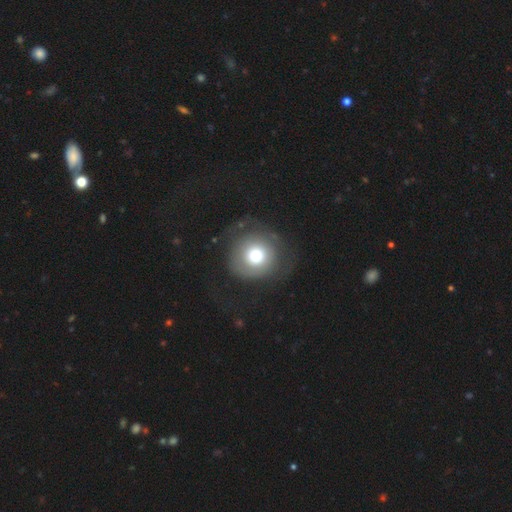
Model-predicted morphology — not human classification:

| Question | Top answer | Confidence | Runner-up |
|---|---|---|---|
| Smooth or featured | smooth | 61% | featured or disk (30%) |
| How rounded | round | 90% | in between (9%) |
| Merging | none | 62% | major disturbance (19%) |